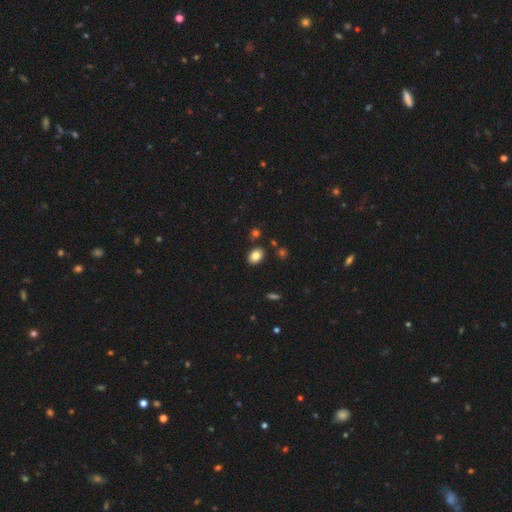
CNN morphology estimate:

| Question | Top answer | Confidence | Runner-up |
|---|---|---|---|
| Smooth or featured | smooth | 83% | star or artifact (9%) |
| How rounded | in between | 78% | round (21%) |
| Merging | none | 85% | minor disturbance (9%) |